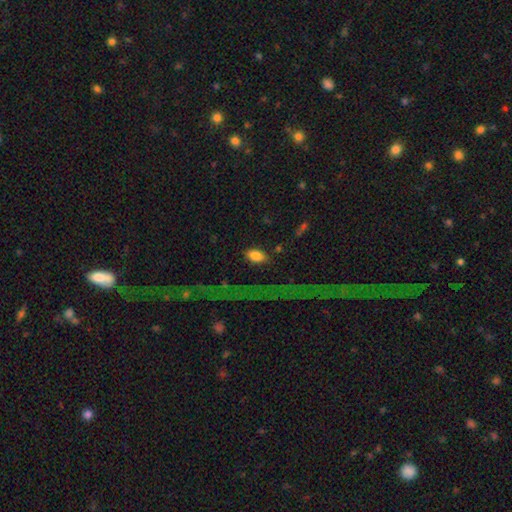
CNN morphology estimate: A smooth galaxy with no disk features (81%) that is in between round and cigar-shaped (90%). Merging: none (81%).